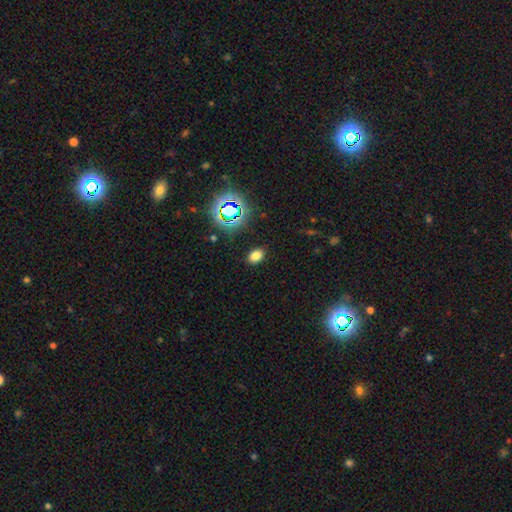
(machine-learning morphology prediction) Overall: smooth (75%). How rounded: in between (81%). Merging: none (87%).